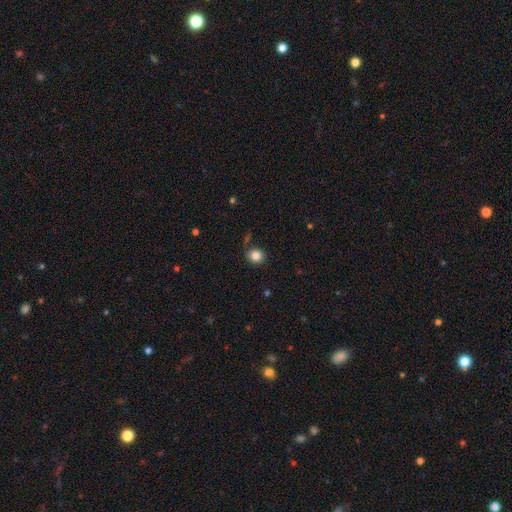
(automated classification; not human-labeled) Smooth or featured? smooth (84%)
How rounded? round (78%)
Merging? none (83%)